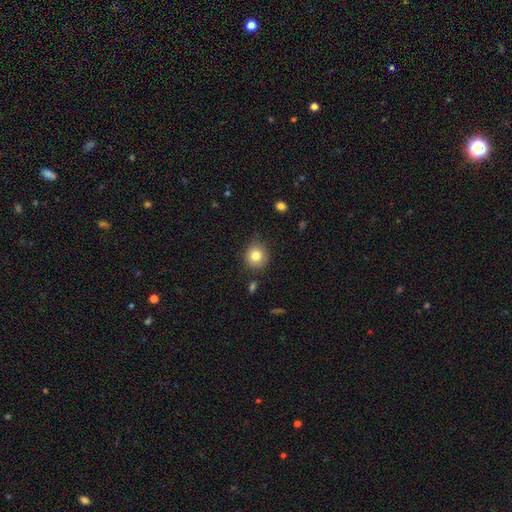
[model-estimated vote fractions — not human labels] smooth 81%, star or artifact 11%, featured or disk 9%. Down the decision tree: how rounded — round (87%); merging — none (83%).